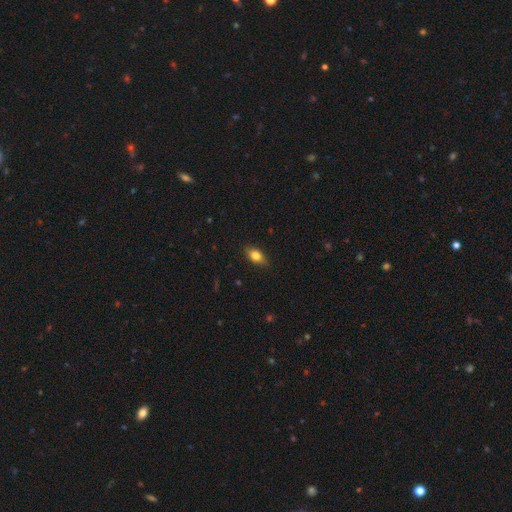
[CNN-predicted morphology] This appears to be a smooth galaxy with no disk features (79%) that is in between round and cigar-shaped (85%). Merging: none (84%).